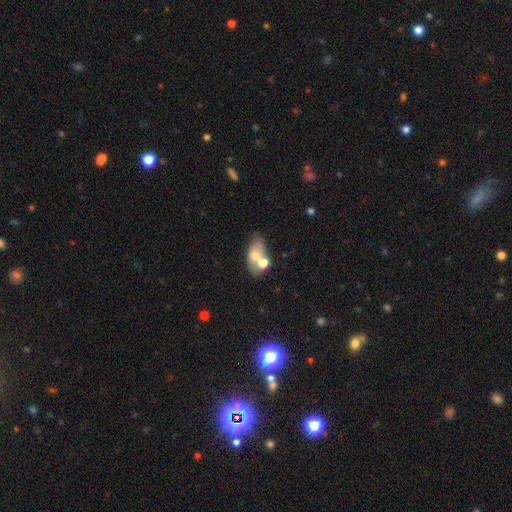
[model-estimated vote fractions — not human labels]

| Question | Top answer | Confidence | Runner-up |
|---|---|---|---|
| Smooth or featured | smooth | 63% | featured or disk (28%) |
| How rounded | in between | 81% | round (16%) |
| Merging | merger | 42% | none (36%) |